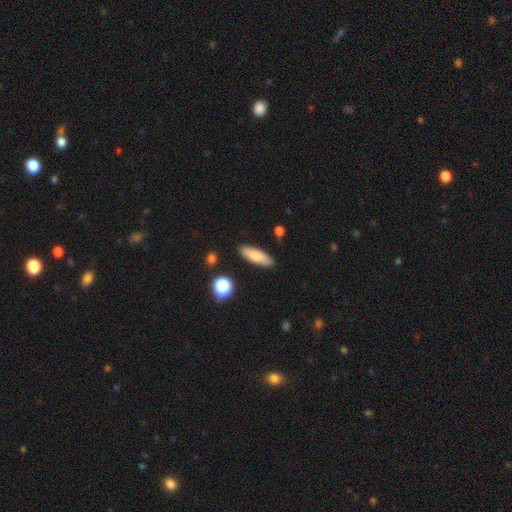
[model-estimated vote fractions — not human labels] This is likely a smooth galaxy (79%). How rounded: possibly cigar-shaped (49%, tied with in between). Merging: clearly none (88%).